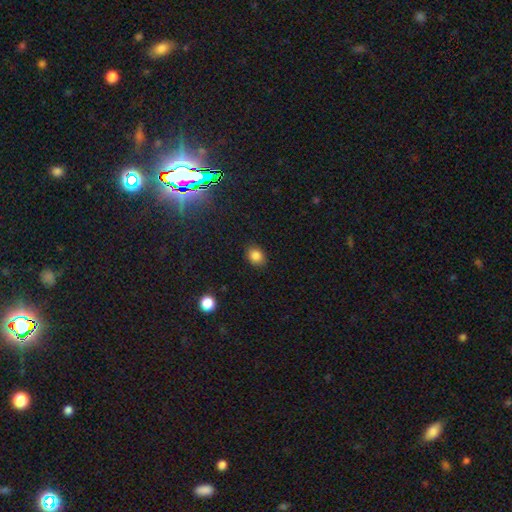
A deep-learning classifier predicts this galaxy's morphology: This is clearly a smooth galaxy (84%). How rounded: possibly round (50%). Merging: clearly none (87%).